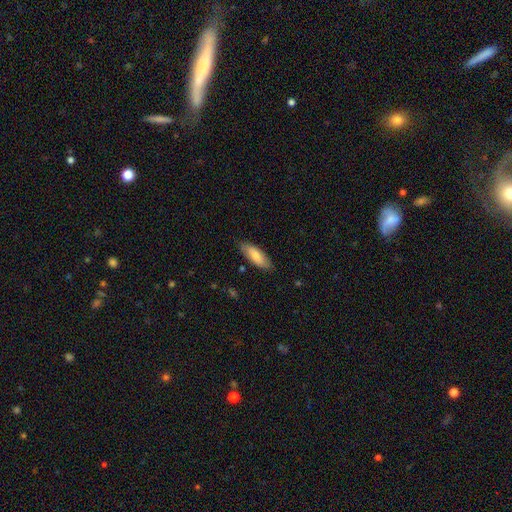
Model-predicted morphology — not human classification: smooth_or_featured: smooth (p=0.76) [alt: featured or disk p=0.18]
how_rounded: in between (p=0.69) [alt: cigar-shaped p=0.29]
merging: none (p=0.84) [alt: minor disturbance p=0.12]